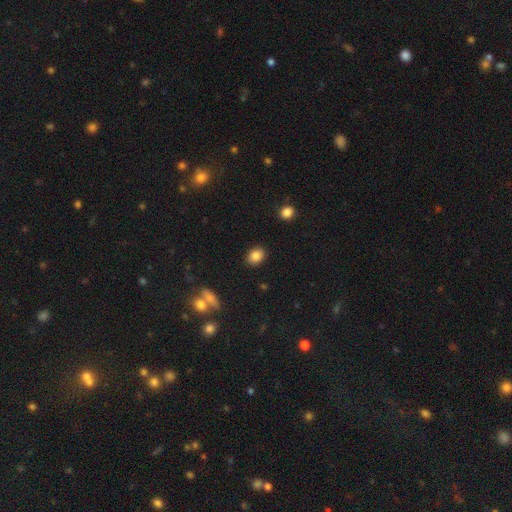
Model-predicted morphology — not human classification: Smooth or featured: smooth — 85% (star or artifact — 9%)
How rounded: in between — 55% (round — 44%)
Merging: none — 89% (minor disturbance — 7%)